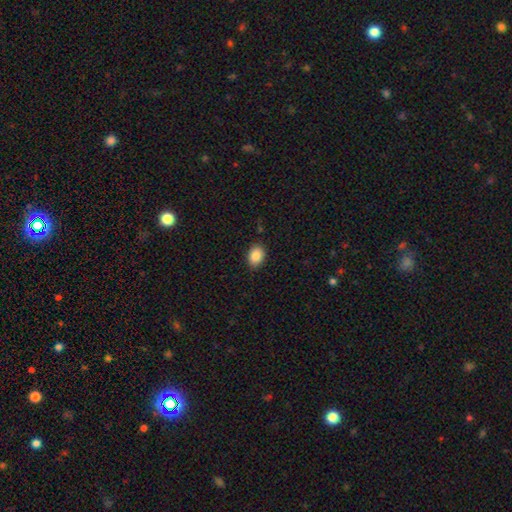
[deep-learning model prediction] smooth 87%, star or artifact 8%, featured or disk 5%. Down the decision tree: how rounded — in between (73%); merging — none (87%).